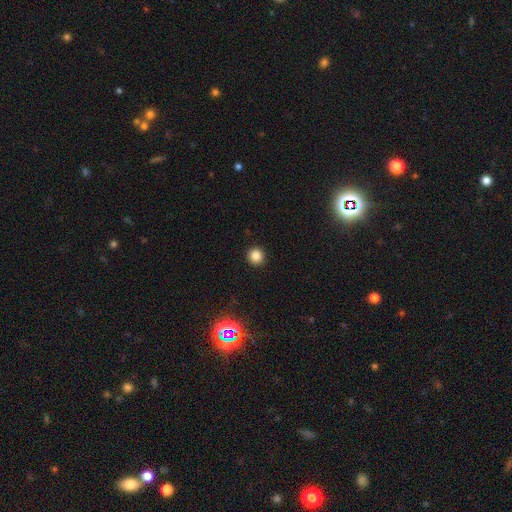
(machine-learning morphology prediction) A smooth galaxy with no disk features (83%) that is round (94%). Merging: none (93%).